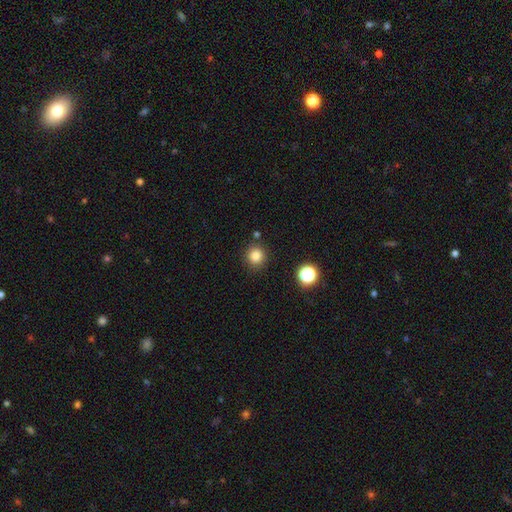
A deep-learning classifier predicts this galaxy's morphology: Overall: smooth (82%). How rounded: round (90%). Merging: none (86%).